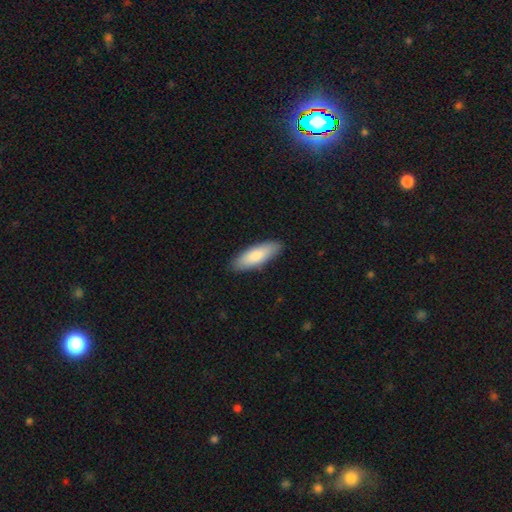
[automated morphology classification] smooth 82%, featured or disk 13%, star or artifact 5%. Down the decision tree: how rounded — in between (61%); merging — none (88%).